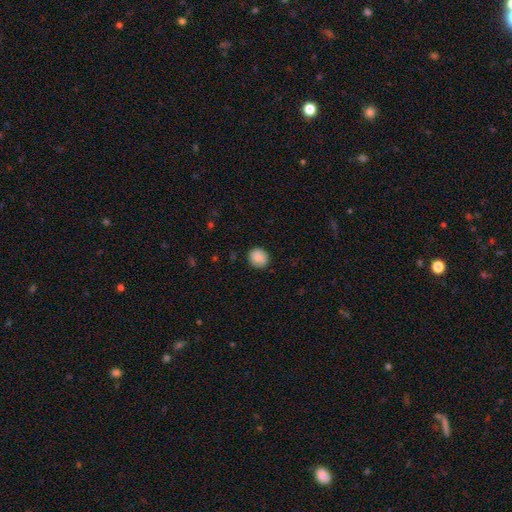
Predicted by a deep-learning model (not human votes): Smooth or featured?
  - smooth: 88% *
  - star or artifact: 7%
  - featured or disk: 5%
How rounded?
  - round: 80% *
  - in between: 19%
  - cigar-shaped: 1%
Merging?
  - none: 87% *
  - minor disturbance: 9%
  - major disturbance: 2%
  - merger: 1%